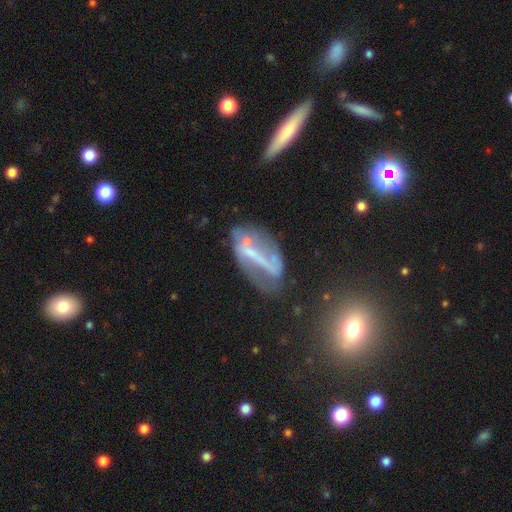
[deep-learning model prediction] Smooth or featured? Predicted: featured or disk (p=0.69). Edge-on disk? Predicted: no (p=0.88). Bar? Predicted: strong (p=0.56). Spiral arms? Predicted: yes (p=0.54). Bulge size? Predicted: small (p=0.41). Merging? Predicted: none (p=0.38).